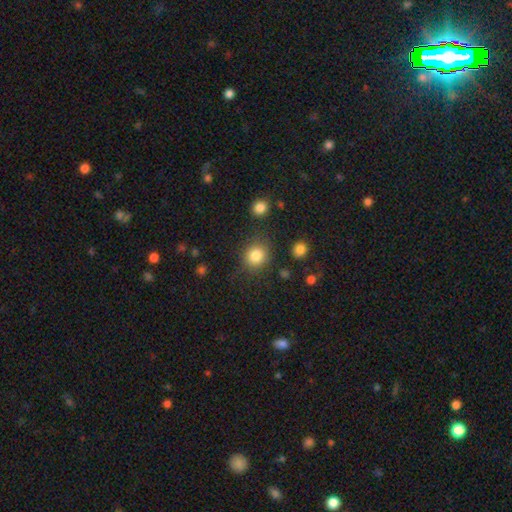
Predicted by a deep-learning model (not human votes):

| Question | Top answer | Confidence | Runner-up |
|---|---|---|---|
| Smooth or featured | smooth | 84% | star or artifact (11%) |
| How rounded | round | 84% | in between (15%) |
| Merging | none | 81% | minor disturbance (10%) |